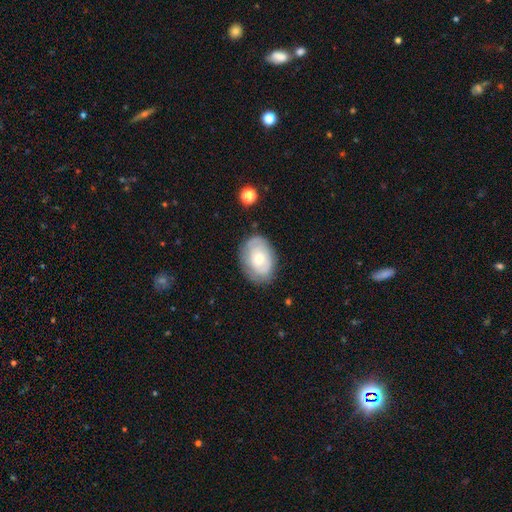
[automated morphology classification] Q: Smooth or featured?
A: featured or disk (52%); runner-up: smooth (40%)
Q: Edge-on disk?
A: no (95%); runner-up: yes (5%)
Q: Merging?
A: none (76%); runner-up: minor disturbance (18%)